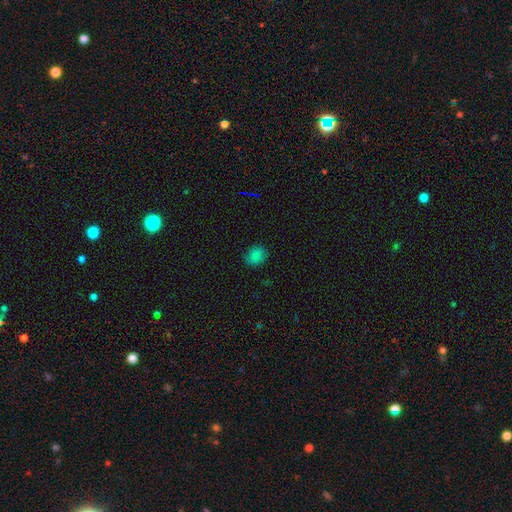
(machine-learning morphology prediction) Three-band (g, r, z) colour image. It shows a smooth galaxy with no disk features (80%) that is round (60%). Merging: none (81%).